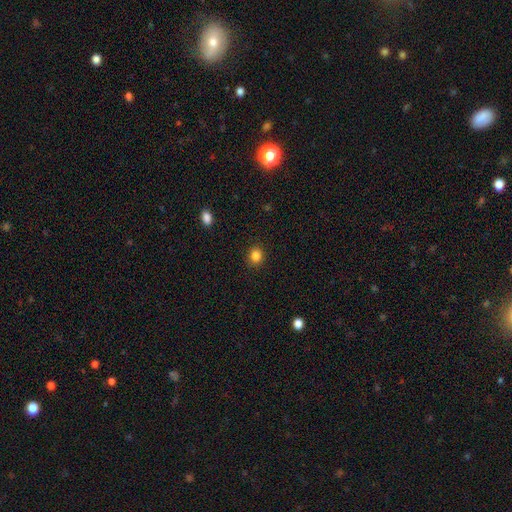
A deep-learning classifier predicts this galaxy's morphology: smooth_or_featured: smooth (p=0.85) [alt: star or artifact p=0.11]
how_rounded: round (p=0.75) [alt: in between p=0.24]
merging: none (p=0.90) [alt: minor disturbance p=0.07]